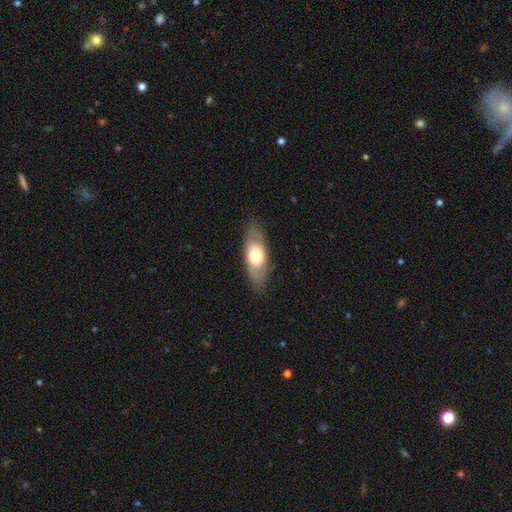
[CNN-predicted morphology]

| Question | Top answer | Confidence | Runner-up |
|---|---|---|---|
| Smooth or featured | smooth | 61% | featured or disk (33%) |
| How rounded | in between | 78% | cigar-shaped (18%) |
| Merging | none | 81% | minor disturbance (14%) |